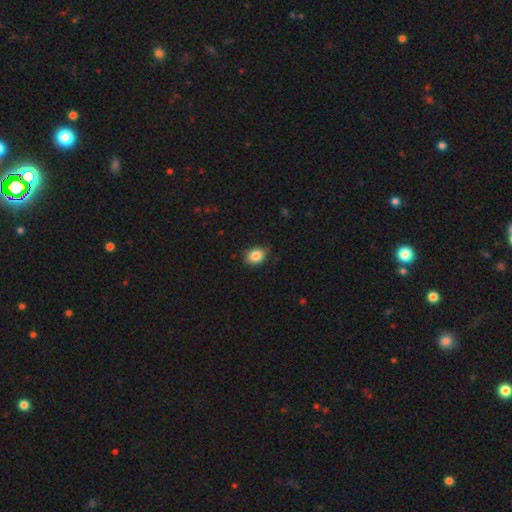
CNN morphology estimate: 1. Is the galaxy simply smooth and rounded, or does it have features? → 86% smooth, 9% star or artifact, 6% featured or disk.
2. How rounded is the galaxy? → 55% in between, 44% round, 1% cigar-shaped.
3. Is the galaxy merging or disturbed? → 80% none, 16% minor disturbance, 2% major disturbance, 1% merger.